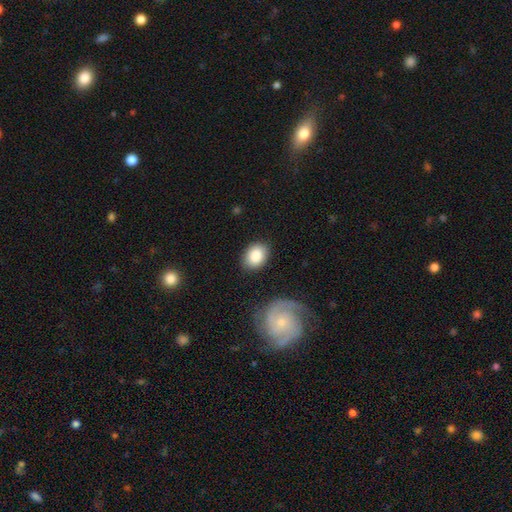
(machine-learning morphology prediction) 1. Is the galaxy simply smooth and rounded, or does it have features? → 86% smooth, 8% featured or disk, 7% star or artifact.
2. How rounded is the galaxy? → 69% in between, 30% round, 1% cigar-shaped.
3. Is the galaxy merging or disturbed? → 84% none, 11% minor disturbance, 3% major disturbance, 2% merger.